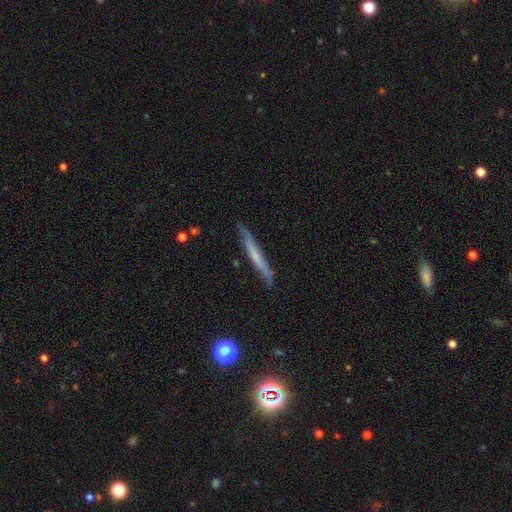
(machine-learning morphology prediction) A featured or disk galaxy (47%). Merging: none (82%).